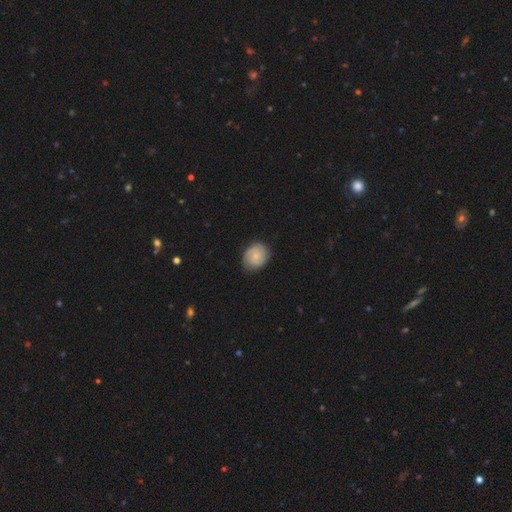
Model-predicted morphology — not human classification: This appears to be a featured or disk galaxy (51%). Merging: none (78%).